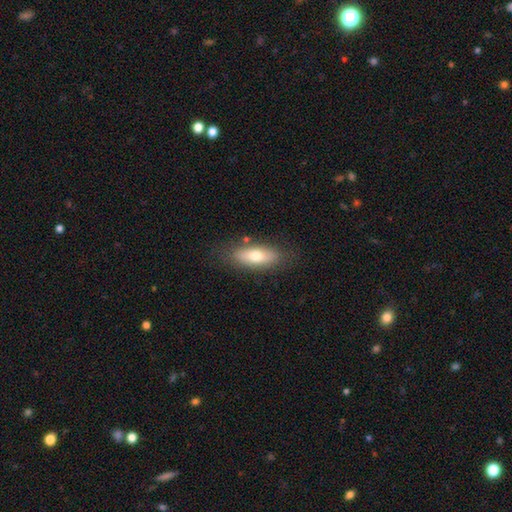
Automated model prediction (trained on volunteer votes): Q: Smooth or featured?
A: smooth (69%); runner-up: featured or disk (24%)
Q: How rounded?
A: in between (71%); runner-up: cigar-shaped (26%)
Q: Merging?
A: none (80%); runner-up: minor disturbance (14%)